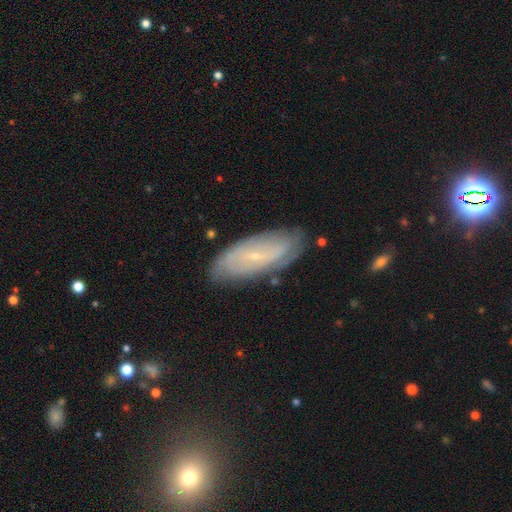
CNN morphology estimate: type=featured or disk (64%); edge-on=no (85%); bar=no (47%); spiral arms=yes (81%); bulge=small (85%); merging=none (82%).